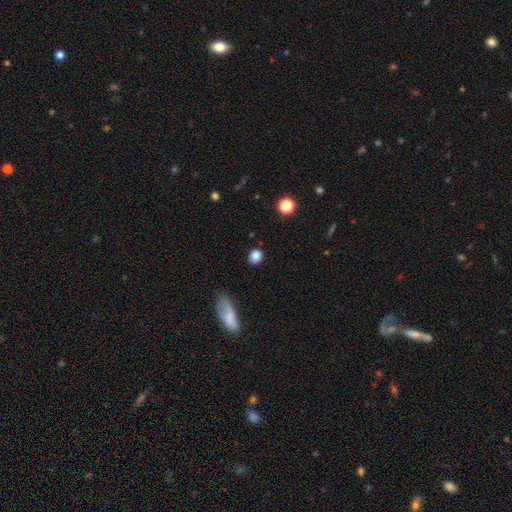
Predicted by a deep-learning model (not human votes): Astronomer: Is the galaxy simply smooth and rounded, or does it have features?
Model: smooth — 85%.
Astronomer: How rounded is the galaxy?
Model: round — 75%.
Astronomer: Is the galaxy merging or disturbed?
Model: none — 84%.